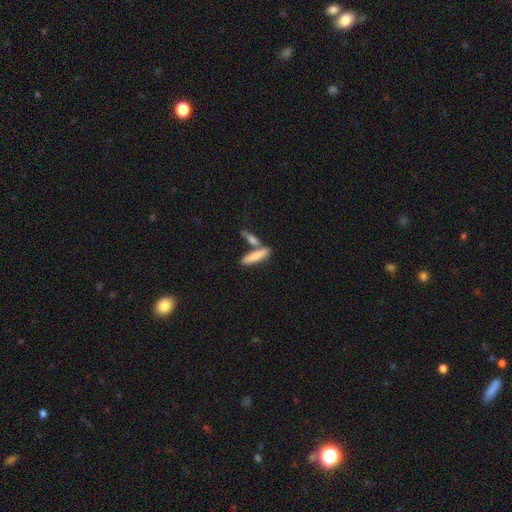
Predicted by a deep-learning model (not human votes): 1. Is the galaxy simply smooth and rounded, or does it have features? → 78% smooth, 16% featured or disk, 6% star or artifact.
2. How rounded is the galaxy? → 70% cigar-shaped, 28% in between, 2% round.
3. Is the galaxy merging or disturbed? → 53% none, 33% merger, 11% minor disturbance, 4% major disturbance.